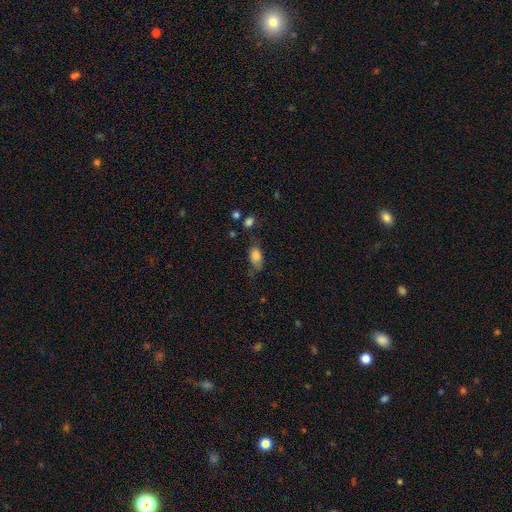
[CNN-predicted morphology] Smooth or featured: smooth — 81% (featured or disk — 11%)
How rounded: in between — 87% (round — 7%)
Merging: none — 57% (minor disturbance — 28%)